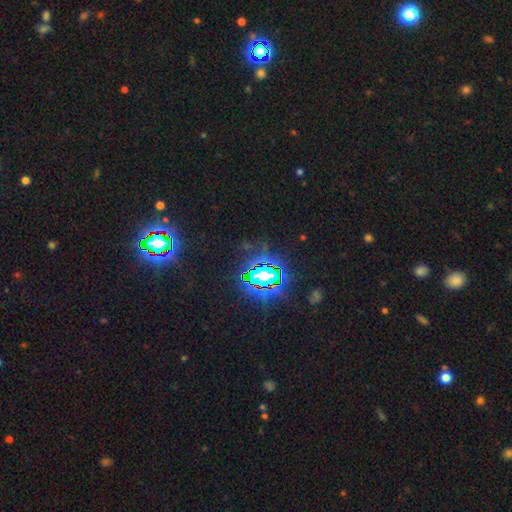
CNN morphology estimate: The model was most divided on "smooth or featured": star or artifact: 83%, smooth: 10%, featured or disk: 7%.